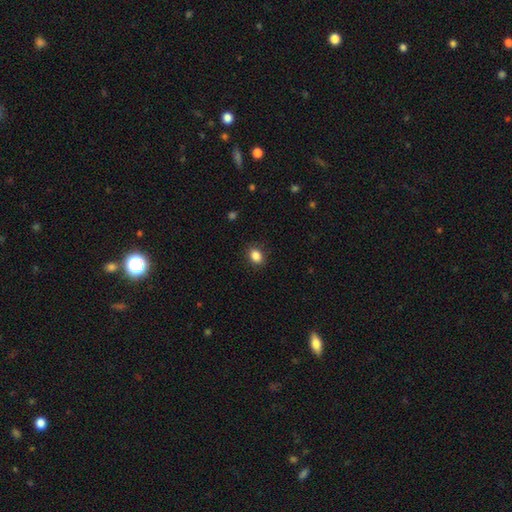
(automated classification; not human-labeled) The model was most divided on "how rounded": in between: 57%, round: 42%, cigar-shaped: 1%. More confident: smooth or featured — smooth (86%); merging — none (86%).